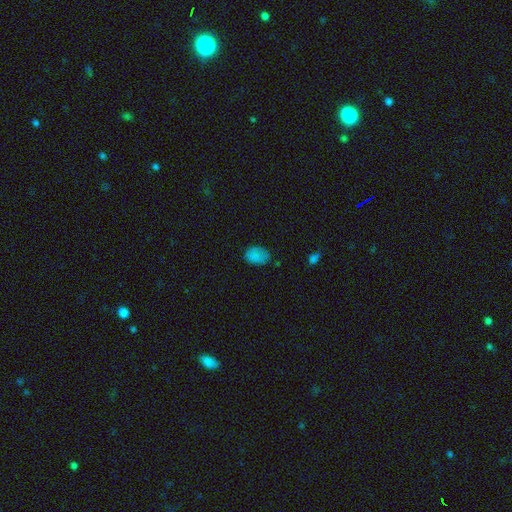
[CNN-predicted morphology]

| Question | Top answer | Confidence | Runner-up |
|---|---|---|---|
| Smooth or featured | smooth | 82% | star or artifact (13%) |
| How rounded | in between | 82% | round (17%) |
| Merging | none | 69% | minor disturbance (23%) |